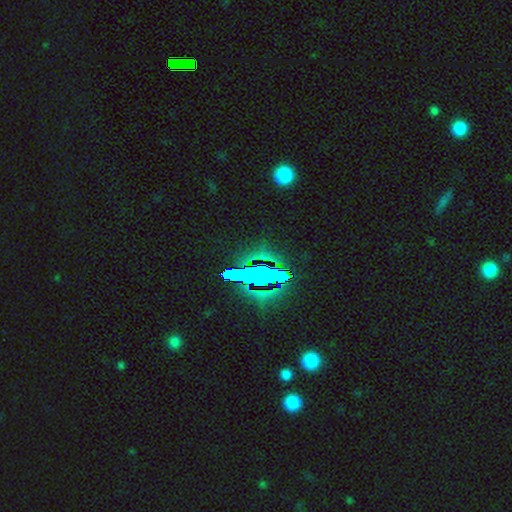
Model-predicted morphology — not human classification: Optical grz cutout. It shows a star or artifact, not a galaxy (82%).